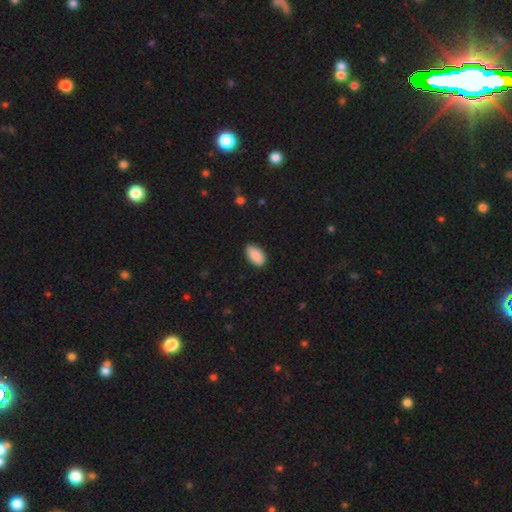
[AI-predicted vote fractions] This is clearly a smooth galaxy (89%). How rounded: clearly in between (95%). Merging: clearly none (84%).